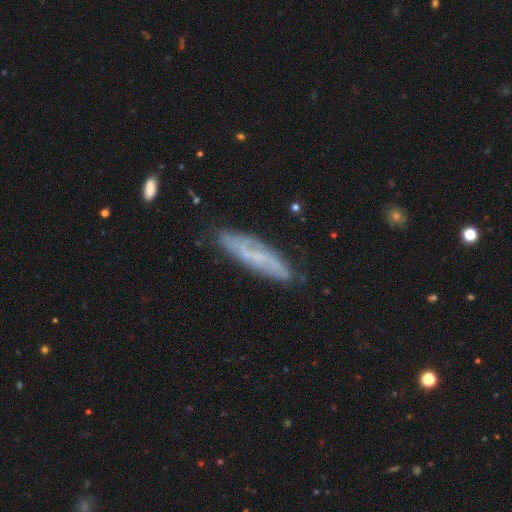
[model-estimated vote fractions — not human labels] Overall: featured or disk (60%; smooth 32%). Edge-on disk: no (61%; yes 39%). Merging: none (79%).